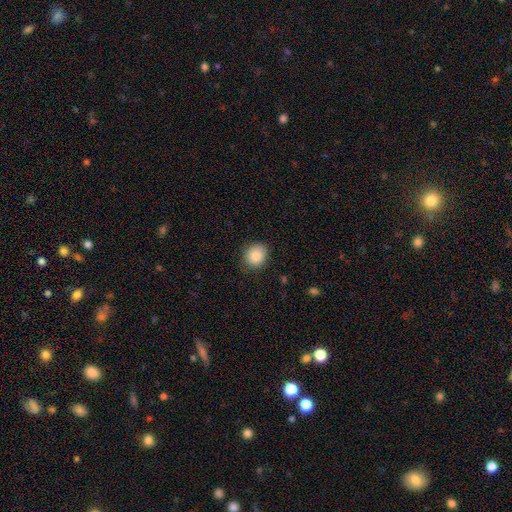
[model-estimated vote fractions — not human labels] Smooth or featured? Predicted: smooth (p=0.87). How rounded? Predicted: round (p=0.72). Merging? Predicted: none (p=0.84).